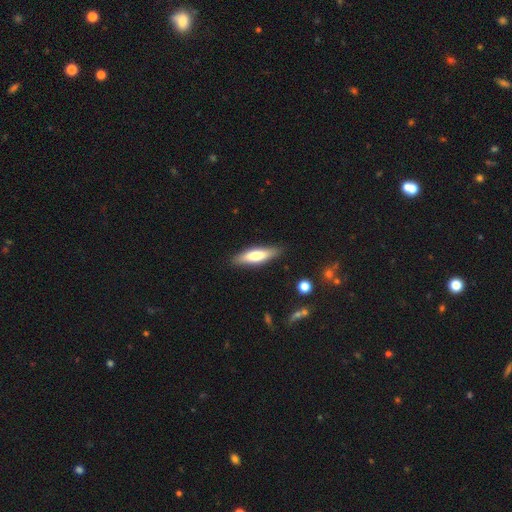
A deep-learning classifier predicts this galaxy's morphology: This appears to be a smooth galaxy with no disk features (67%) that is cigar-shaped (62%). Merging: none (86%).